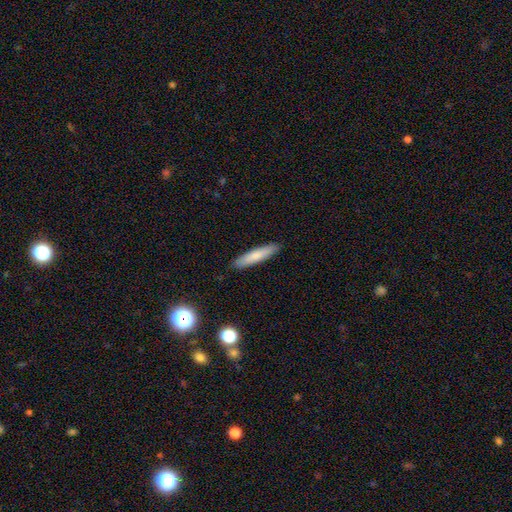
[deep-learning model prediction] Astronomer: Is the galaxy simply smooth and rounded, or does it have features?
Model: smooth — 75%.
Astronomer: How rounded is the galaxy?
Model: cigar-shaped — 88%.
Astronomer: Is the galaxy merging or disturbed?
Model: none — 90%.